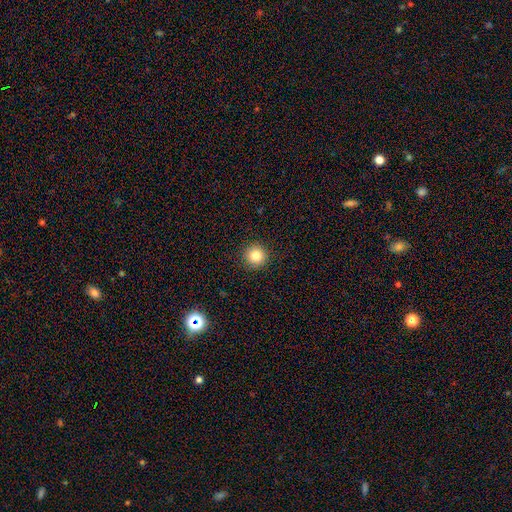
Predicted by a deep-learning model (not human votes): smooth_or_featured: smooth (p=0.83) [alt: star or artifact p=0.11]
how_rounded: round (p=0.95) [alt: in between p=0.04]
merging: none (p=0.92) [alt: minor disturbance p=0.05]